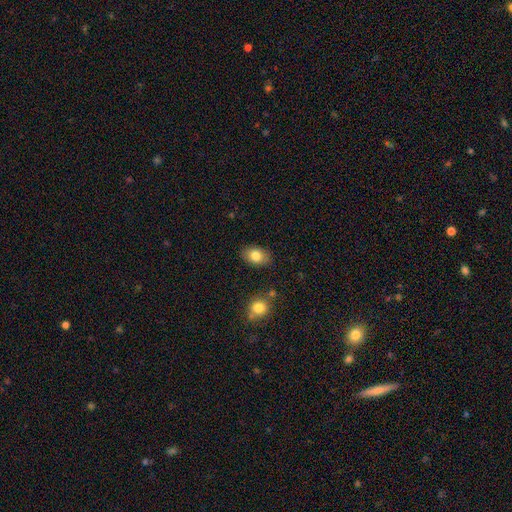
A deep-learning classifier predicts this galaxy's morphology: This is clearly a smooth galaxy (81%). How rounded: likely in between (77%). Merging: clearly none (84%).